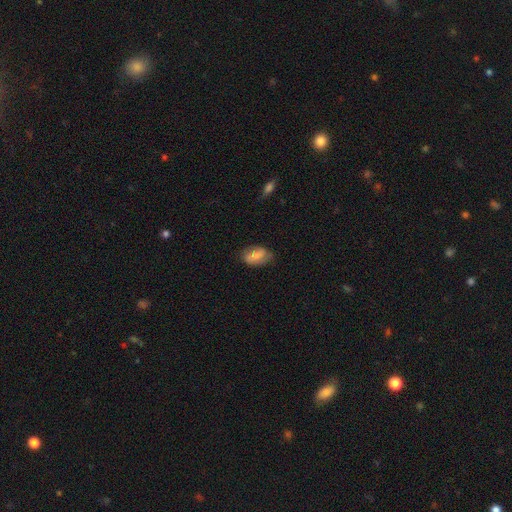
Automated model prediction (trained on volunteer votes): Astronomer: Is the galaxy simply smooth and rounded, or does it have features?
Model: smooth — 72%.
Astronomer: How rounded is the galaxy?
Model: in between — 90%.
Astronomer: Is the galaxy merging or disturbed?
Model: none — 68%.